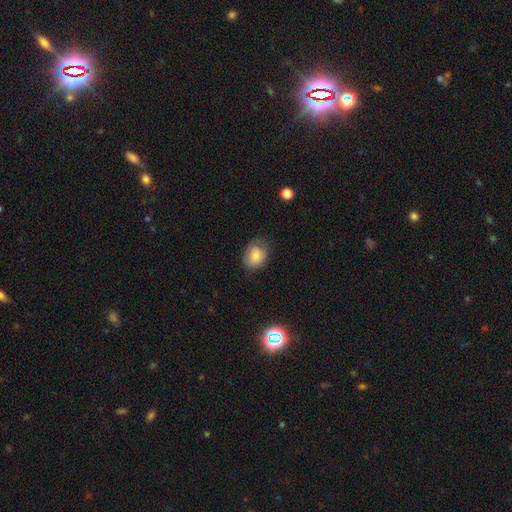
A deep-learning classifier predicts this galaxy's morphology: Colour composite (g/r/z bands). It shows a smooth galaxy with no disk features (76%) that is in between round and cigar-shaped (60%). Merging: none (63%).